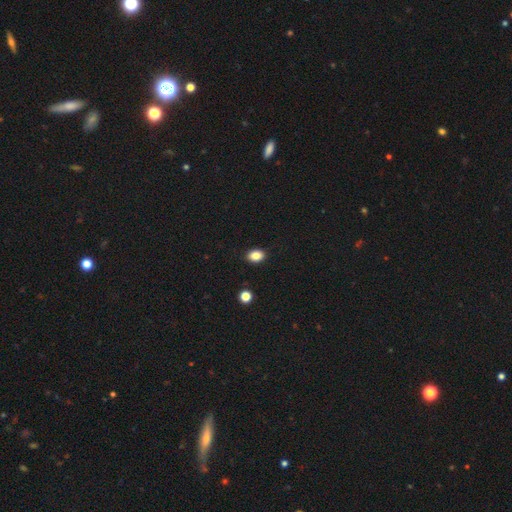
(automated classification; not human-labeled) A smooth galaxy with no disk features (85%) that is in between round and cigar-shaped (74%).

Vote fractions:
- Smooth or featured? smooth: 85% / star or artifact: 10% / featured or disk: 5%
- How rounded? in between: 74% / round: 25% / cigar-shaped: 1%
- Merging? none: 90% / minor disturbance: 7% / major disturbance: 2% / merger: 1%